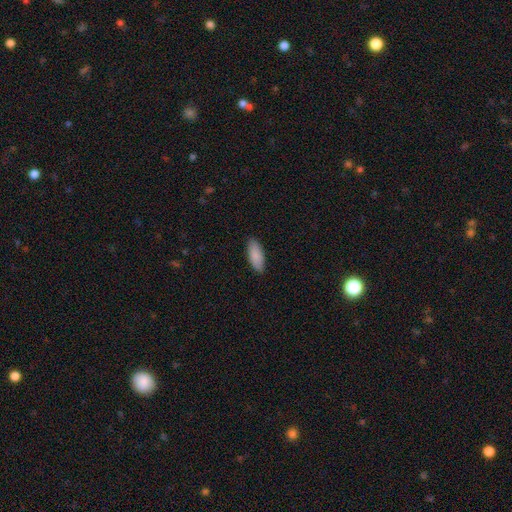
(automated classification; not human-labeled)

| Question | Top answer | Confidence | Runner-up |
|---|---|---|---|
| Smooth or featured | smooth | 88% | featured or disk (6%) |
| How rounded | in between | 77% | cigar-shaped (21%) |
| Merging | none | 89% | minor disturbance (9%) |